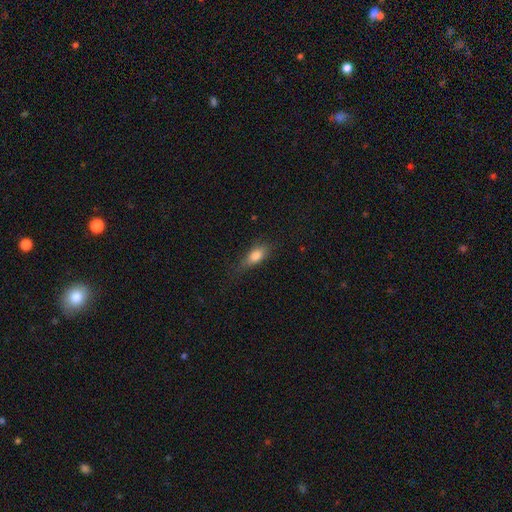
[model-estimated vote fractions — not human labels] Morphology: type=smooth (80%); roundness=in between (78%); merging=none (62%).